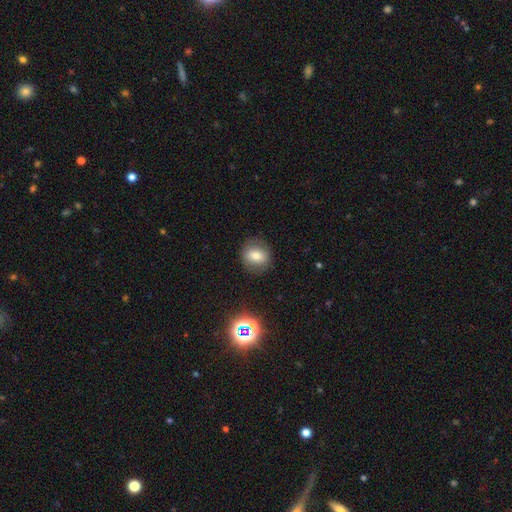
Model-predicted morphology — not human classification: This is likely a smooth galaxy (72%). How rounded: likely round (74%). Merging: clearly none (85%).